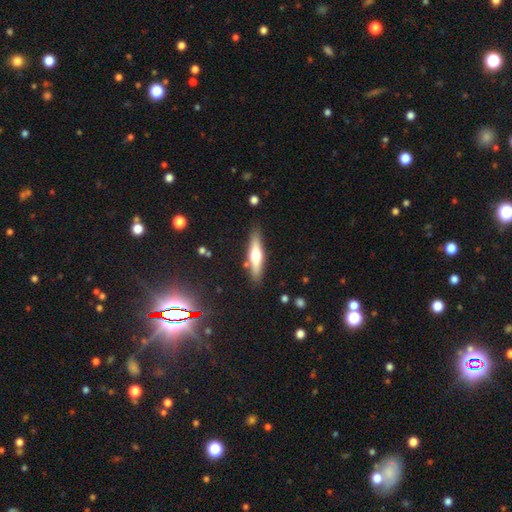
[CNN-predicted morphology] type=smooth (49%); merging=none (85%).